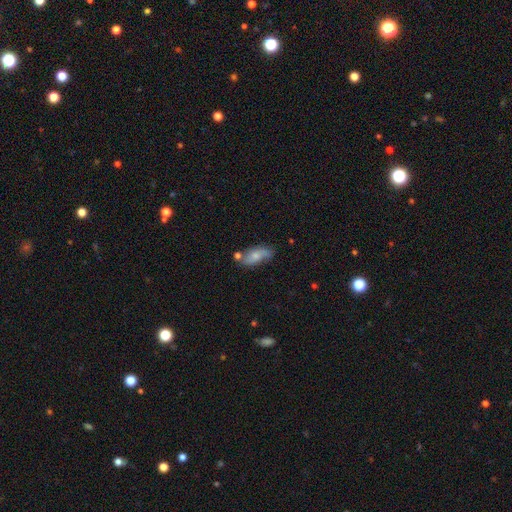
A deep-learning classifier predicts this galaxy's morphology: Q: Smooth or featured?
A: smooth (59%); runner-up: featured or disk (34%)
Q: How rounded?
A: in between (80%); runner-up: cigar-shaped (16%)
Q: Merging?
A: none (57%); runner-up: minor disturbance (24%)